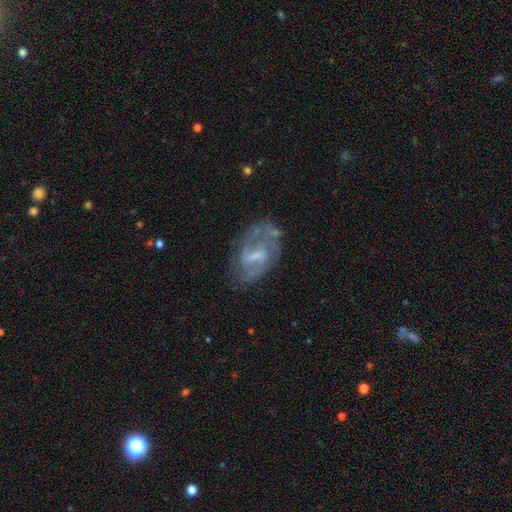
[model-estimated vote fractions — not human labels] Q: Smooth or featured?
A: featured or disk (76%); runner-up: smooth (16%)
Q: Edge-on disk?
A: no (96%); runner-up: yes (4%)
Q: Bar?
A: weak (57%); runner-up: no (23%)
Q: Spiral arms?
A: yes (79%); runner-up: no (21%)
Q: Spiral winding?
A: medium (45%); runner-up: loose (28%)
Q: Spiral arm count?
A: 2 (57%); runner-up: can't tell (26%)
Q: Bulge size?
A: small (45%); runner-up: moderate (31%)
Q: Merging?
A: none (59%); runner-up: minor disturbance (23%)